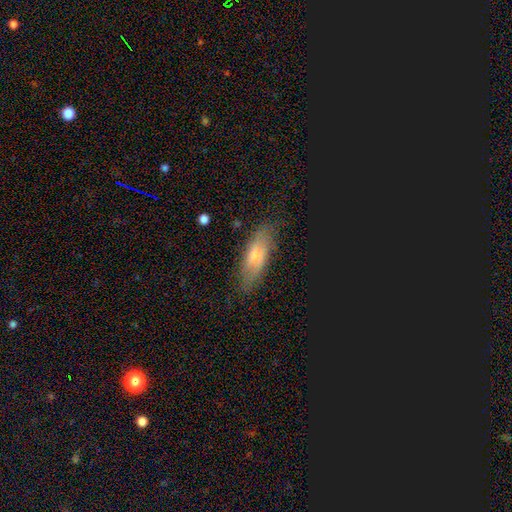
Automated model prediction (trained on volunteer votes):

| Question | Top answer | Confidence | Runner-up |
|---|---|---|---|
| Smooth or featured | smooth | 55% | featured or disk (35%) |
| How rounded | in between | 57% | cigar-shaped (41%) |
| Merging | none | 77% | minor disturbance (17%) |